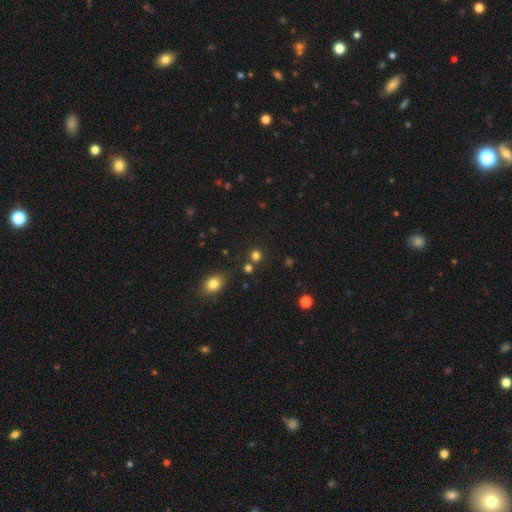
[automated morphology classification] Smooth or featured?
  - smooth: 75% *
  - star or artifact: 20%
  - featured or disk: 5%
How rounded?
  - round: 85% *
  - in between: 14%
  - cigar-shaped: 1%
Merging?
  - none: 74% *
  - merger: 15%
  - minor disturbance: 8%
  - major disturbance: 3%